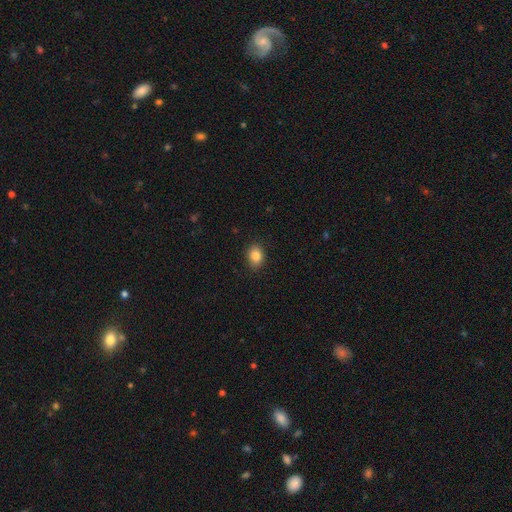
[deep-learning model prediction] Smooth or featured? smooth (85%)
How rounded? in between (59%)
Merging? none (87%)